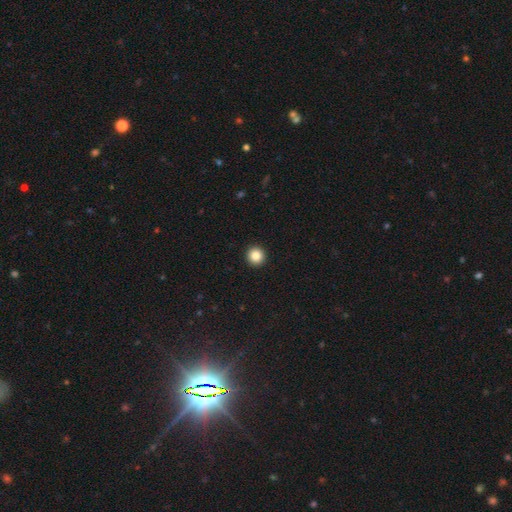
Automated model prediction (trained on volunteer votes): This appears to be a smooth galaxy with no disk features (86%) that is round (95%). Merging: none (94%).